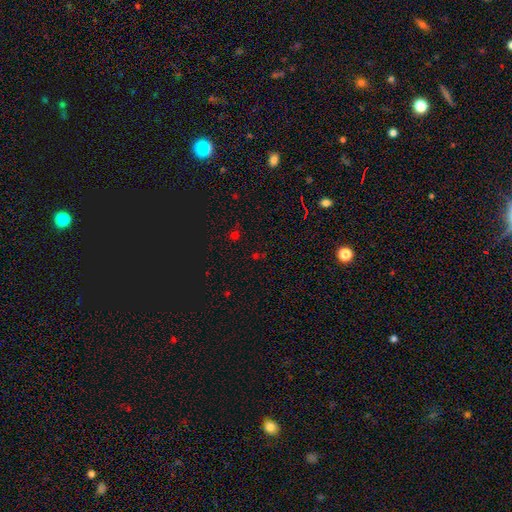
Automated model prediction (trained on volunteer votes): Smooth or featured? Predicted: star or artifact (p=0.56).